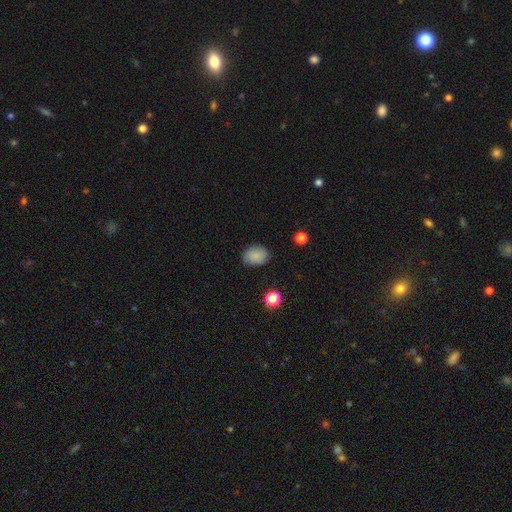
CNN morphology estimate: smooth 83%, star or artifact 10%, featured or disk 8%. Down the decision tree: how rounded — in between (59%); merging — none (75%).